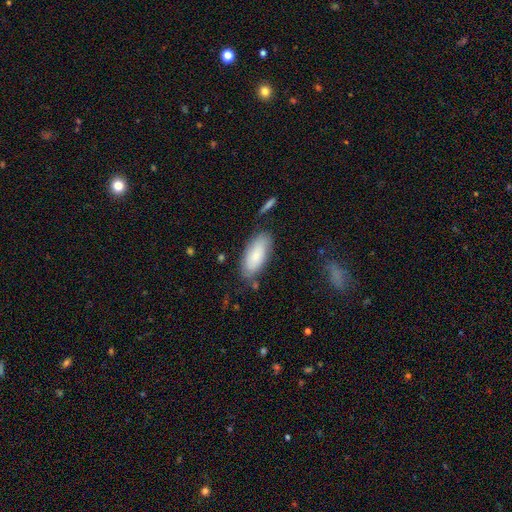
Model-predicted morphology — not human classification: Overall: smooth (79%). How rounded: in between (86%). Merging: none (74%).